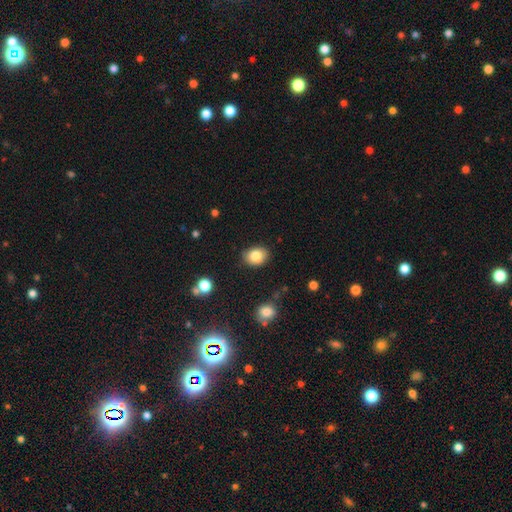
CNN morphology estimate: Overall: smooth (83%). How rounded: in between (53%; round 46%). Merging: none (83%).